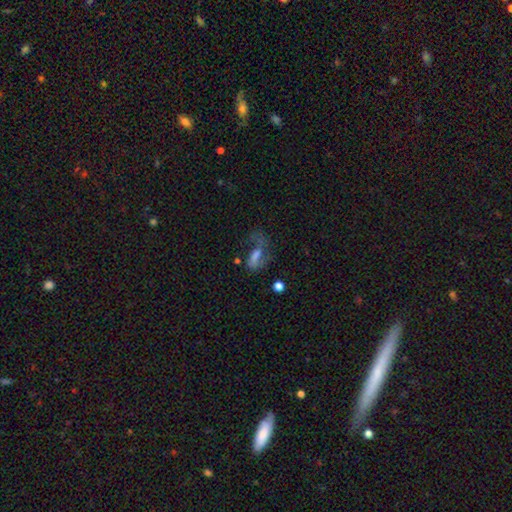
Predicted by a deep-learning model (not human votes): This appears to be a featured or disk galaxy (49%). Merging: major disturbance (42%).